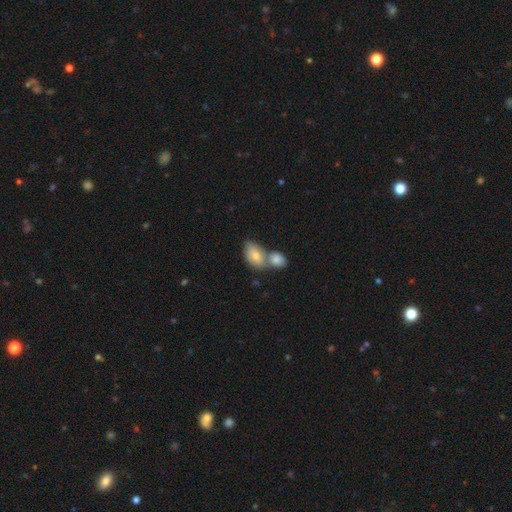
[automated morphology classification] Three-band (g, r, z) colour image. It shows a smooth galaxy with no disk features (76%) that is in between round and cigar-shaped (89%). Merging: merger (62%).